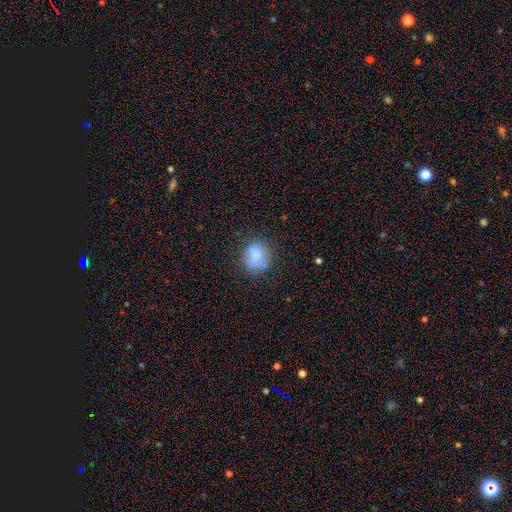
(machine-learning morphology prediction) smooth 81%, featured or disk 10%, star or artifact 9%. Down the decision tree: how rounded — round (67%); merging — none (68%).